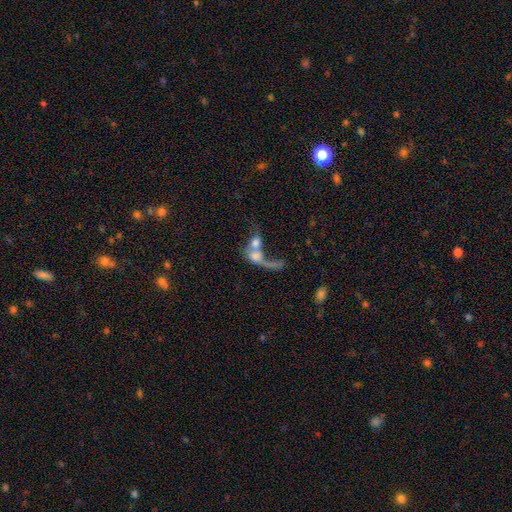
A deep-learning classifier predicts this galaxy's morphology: A smooth galaxy with no disk features (48%). Merging: merger (74%).